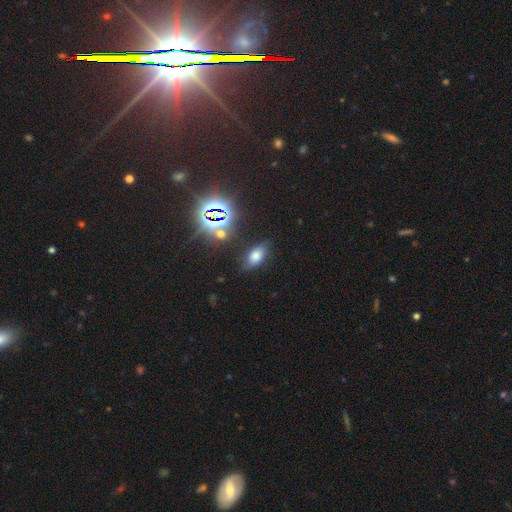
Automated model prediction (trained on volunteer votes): smooth-or-featured: smooth: 63% | star or artifact: 24% | featured or disk: 14%
  how-rounded: in between: 89% | round: 7% | cigar-shaped: 4%
  merging: none: 78% | minor disturbance: 15% | major disturbance: 5% | merger: 3%